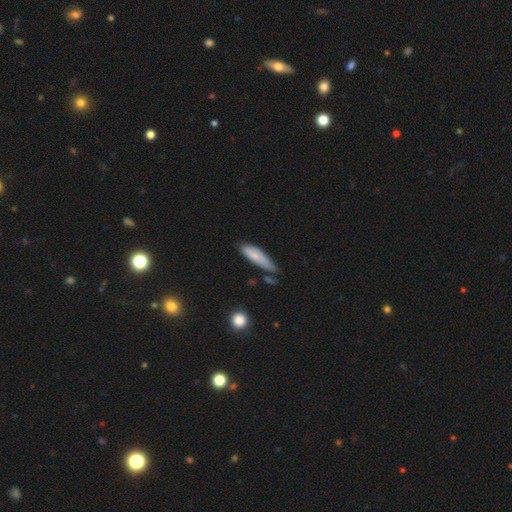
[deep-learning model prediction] Q: Smooth or featured?
A: smooth (76%); runner-up: featured or disk (17%)
Q: How rounded?
A: cigar-shaped (60%); runner-up: in between (37%)
Q: Merging?
A: none (50%); runner-up: minor disturbance (36%)